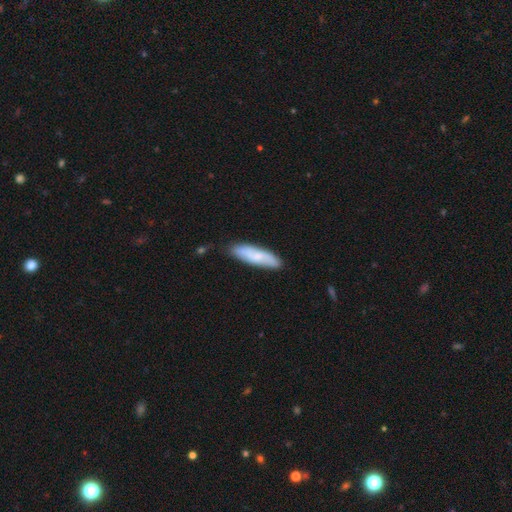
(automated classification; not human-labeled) Smooth or featured? Predicted: smooth (p=0.63). How rounded? Predicted: cigar-shaped (p=0.65). Merging? Predicted: none (p=0.78).